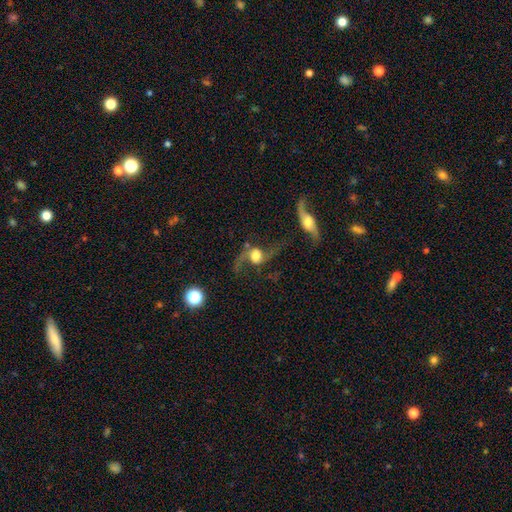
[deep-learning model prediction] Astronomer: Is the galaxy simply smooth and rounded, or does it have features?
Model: featured or disk — 76%.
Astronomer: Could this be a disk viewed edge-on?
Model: no — 92%.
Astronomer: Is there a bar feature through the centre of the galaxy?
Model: no — 60%.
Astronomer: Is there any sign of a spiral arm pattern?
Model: yes — 93%.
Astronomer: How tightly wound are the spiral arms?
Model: loose — 87%.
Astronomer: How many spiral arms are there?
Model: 2 — 91%.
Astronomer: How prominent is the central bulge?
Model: large — 44% (runner-up: moderate, 34%).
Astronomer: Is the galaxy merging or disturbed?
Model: none — 50%.